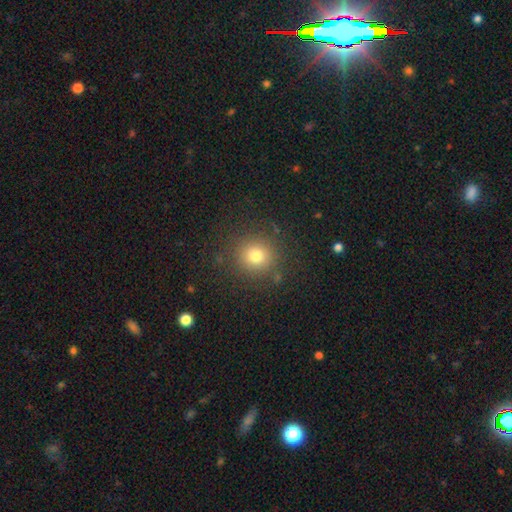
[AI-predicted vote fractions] smooth-or-featured: smooth: 77% | star or artifact: 15% | featured or disk: 8%
  how-rounded: round: 91% | in between: 8% | cigar-shaped: 1%
  merging: none: 87% | minor disturbance: 8% | major disturbance: 3% | merger: 2%